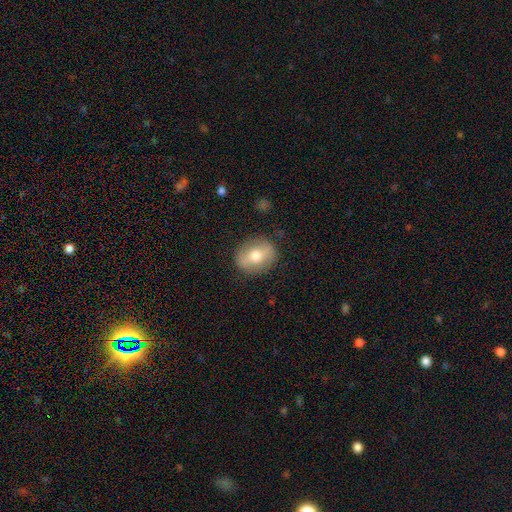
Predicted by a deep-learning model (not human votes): Smooth or featured: smooth — 59% (featured or disk — 34%)
How rounded: in between — 50% (round — 48%)
Merging: none — 85% (minor disturbance — 11%)